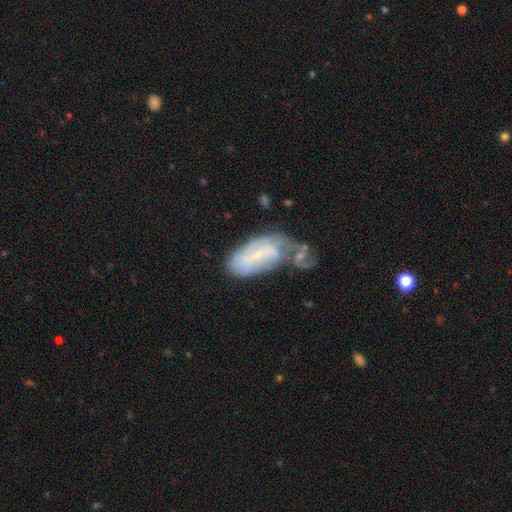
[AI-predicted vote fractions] This appears to be a featured or disk galaxy (63%) with a weak bar (44%), spiral arms (75%) and a small central bulge (71%). Merging: merger (44%).